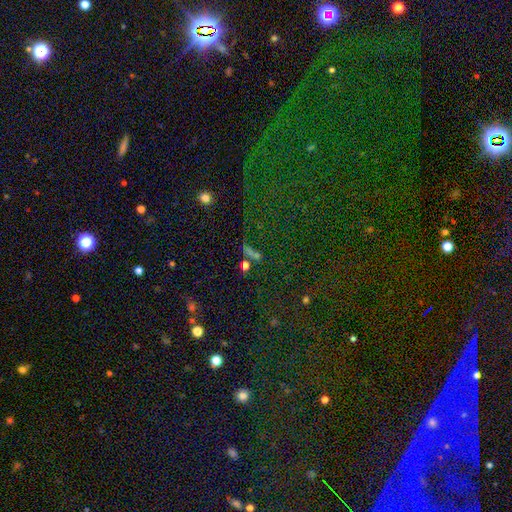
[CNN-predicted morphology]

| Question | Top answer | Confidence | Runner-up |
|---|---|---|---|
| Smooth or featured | star or artifact | 56% | smooth (29%) |